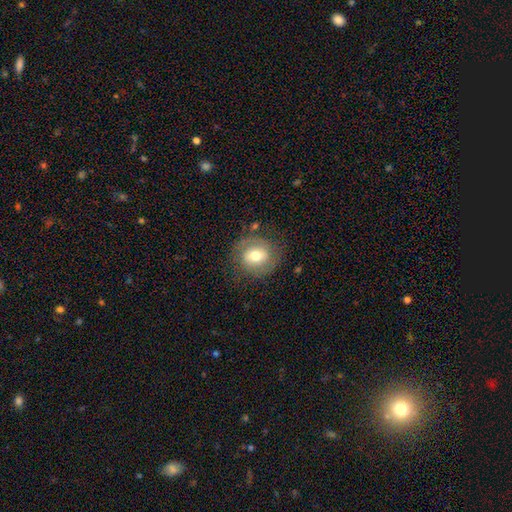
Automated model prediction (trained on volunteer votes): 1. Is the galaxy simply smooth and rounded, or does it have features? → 46% smooth (tied), 46% featured or disk (tied), 8% star or artifact.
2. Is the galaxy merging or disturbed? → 75% none, 16% minor disturbance, 8% major disturbance, 2% merger.